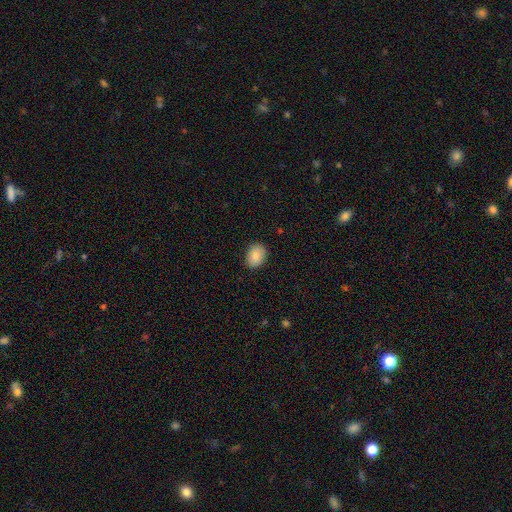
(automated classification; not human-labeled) Smooth or featured: smooth — 87% (star or artifact — 7%)
How rounded: in between — 66% (round — 33%)
Merging: none — 88% (minor disturbance — 9%)